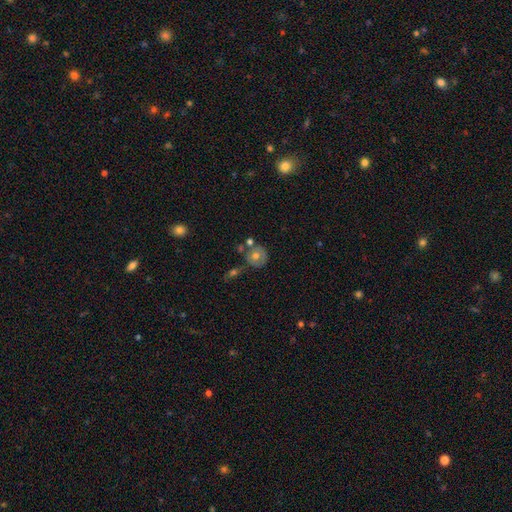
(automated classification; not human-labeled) smooth 57%, featured or disk 34%, star or artifact 9%. Down the decision tree: how rounded — round (85%); merging — none (61%).